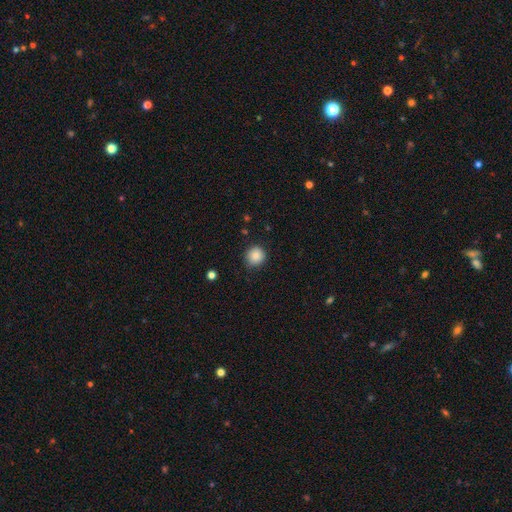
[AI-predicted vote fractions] Morphology: type=smooth (86%); roundness=round (92%); merging=none (86%).